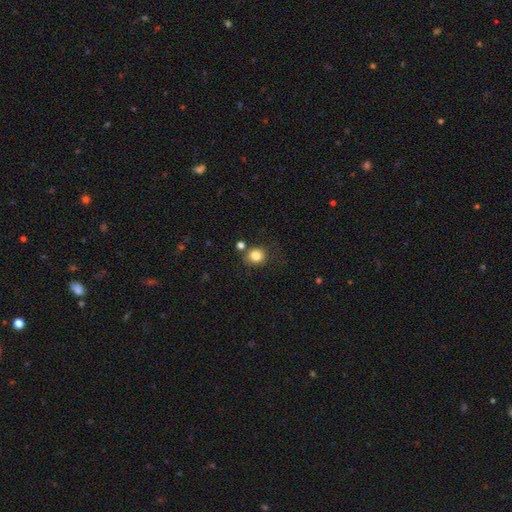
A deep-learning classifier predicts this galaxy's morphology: smooth-or-featured: smooth: 82% | star or artifact: 11% | featured or disk: 6%
  how-rounded: round: 82% | in between: 17% | cigar-shaped: 1%
  merging: none: 74% | minor disturbance: 13% | merger: 8% | major disturbance: 5%